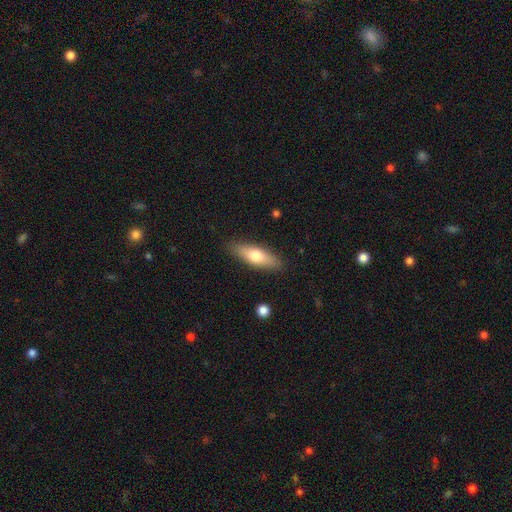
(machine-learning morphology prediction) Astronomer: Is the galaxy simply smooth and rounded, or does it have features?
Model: smooth — 66%.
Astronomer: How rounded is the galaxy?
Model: cigar-shaped — 49% (runner-up: in between, 48%).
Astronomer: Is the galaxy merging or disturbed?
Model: none — 87%.